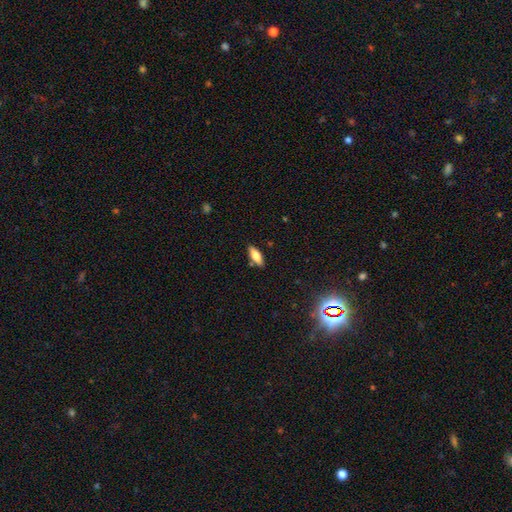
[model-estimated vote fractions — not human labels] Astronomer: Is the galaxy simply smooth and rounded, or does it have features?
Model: smooth — 74%.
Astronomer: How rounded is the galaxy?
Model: in between — 71%.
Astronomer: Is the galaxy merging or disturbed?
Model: none — 84%.